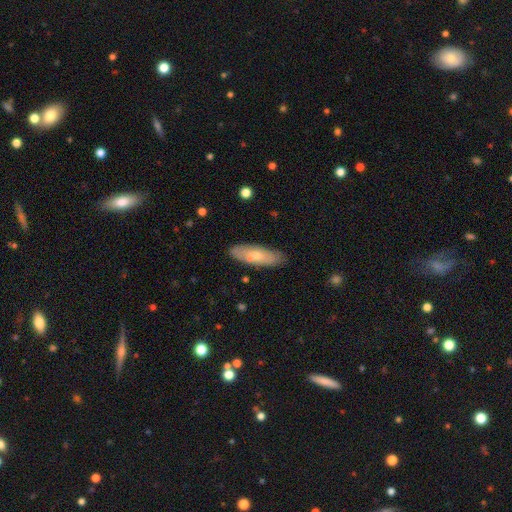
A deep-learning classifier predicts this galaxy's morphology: Smooth or featured?
  - smooth: 61% *
  - featured or disk: 33%
  - star or artifact: 6%
How rounded?
  - in between: 56% *
  - cigar-shaped: 42%
  - round: 2%
Merging?
  - none: 82% *
  - minor disturbance: 13%
  - major disturbance: 3%
  - merger: 2%